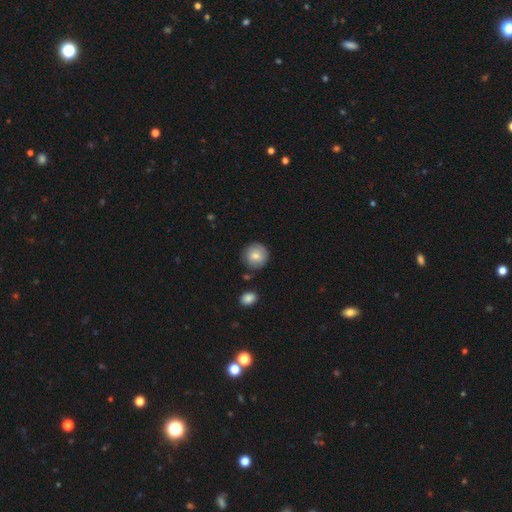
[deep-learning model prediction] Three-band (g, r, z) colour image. It shows a smooth galaxy with no disk features (75%) that is round (93%). Merging: none (80%).